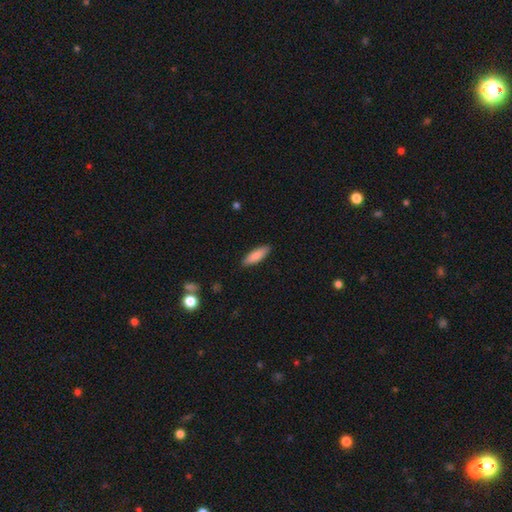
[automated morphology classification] type=smooth (83%); roundness=cigar-shaped (54%); merging=none (88%).